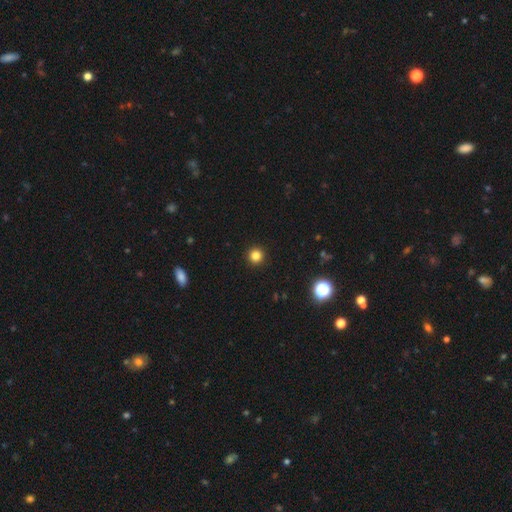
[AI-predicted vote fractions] A smooth galaxy with no disk features (82%) that is round (96%).

Vote fractions:
- Smooth or featured? smooth: 82% / star or artifact: 13% / featured or disk: 4%
- How rounded? round: 96% / in between: 3% / cigar-shaped: 1%
- Merging? none: 93% / minor disturbance: 4% / major disturbance: 2% / merger: 1%